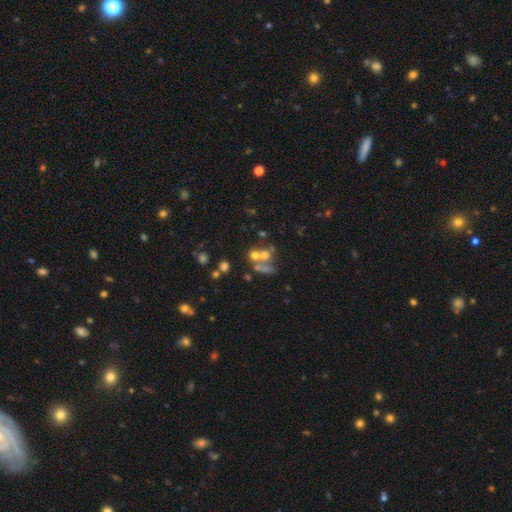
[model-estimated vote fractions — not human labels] A smooth galaxy with no disk features (50%) that is round (70%). Merging: merger (53%).